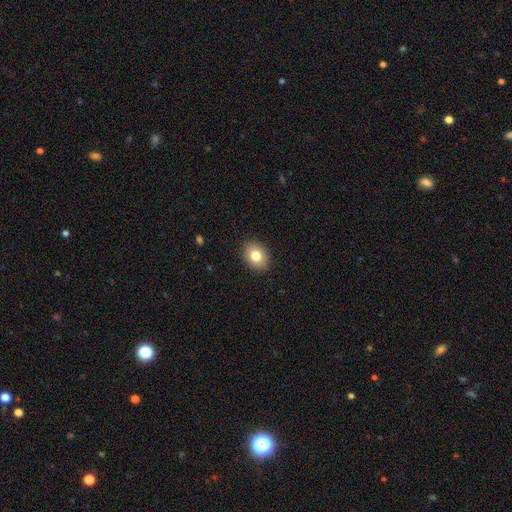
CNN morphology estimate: Smooth or featured?
  - smooth: 81% *
  - featured or disk: 10%
  - star or artifact: 9%
How rounded?
  - in between: 65% *
  - round: 34%
  - cigar-shaped: 1%
Merging?
  - none: 89% *
  - minor disturbance: 8%
  - major disturbance: 2%
  - merger: 1%